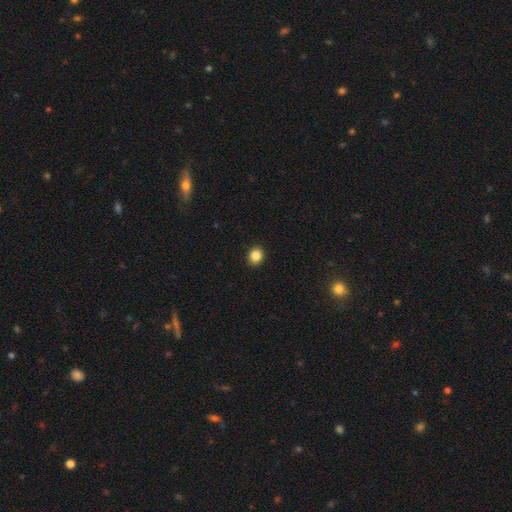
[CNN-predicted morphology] Smooth or featured?
  - smooth: 86% *
  - star or artifact: 10%
  - featured or disk: 4%
How rounded?
  - round: 70% *
  - in between: 29%
  - cigar-shaped: 1%
Merging?
  - none: 92% *
  - minor disturbance: 5%
  - major disturbance: 2%
  - merger: 1%